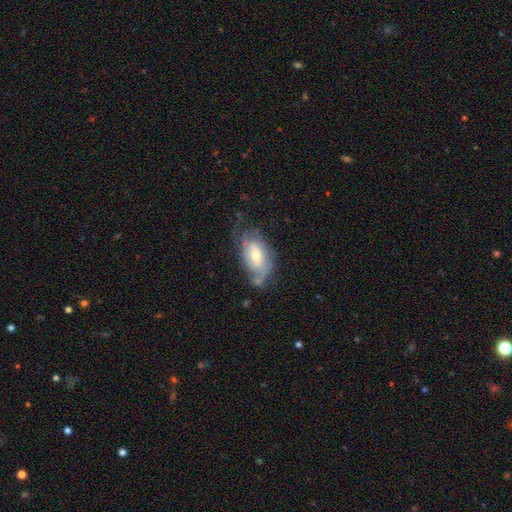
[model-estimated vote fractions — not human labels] smooth-or-featured: featured or disk: 66% | smooth: 27% | star or artifact: 7%
  disk-edge-on: no: 93% | yes: 7%
    bar: no: 47% | weak: 41% | strong: 12%
    has-spiral-arms: yes: 80% | no: 20%
    bulge-size: moderate: 48% | small: 45% | large: 5% | none: 2% | dominant: 1%
  merging: none: 44% | minor disturbance: 28% | major disturbance: 23% | merger: 6%